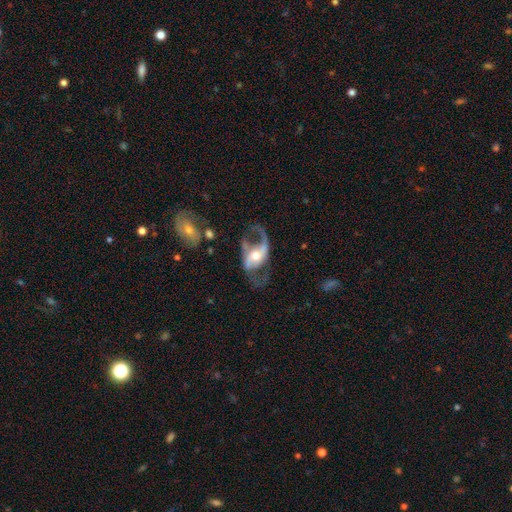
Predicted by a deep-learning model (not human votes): A featured or disk galaxy (83%) with no bar (40%), 2 (85%) loose (57%) spiral arms (84%) and a moderate central bulge (65%). Merging: none (53%).